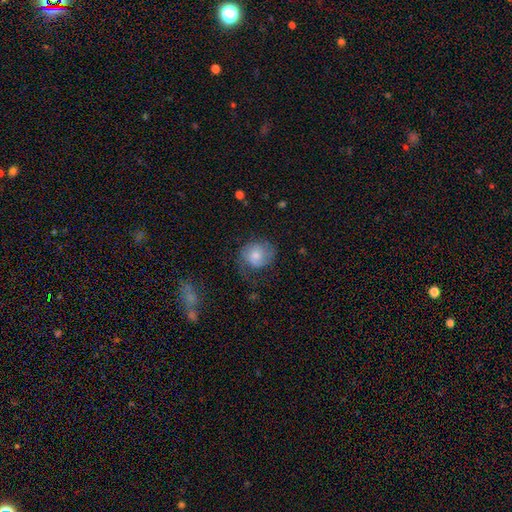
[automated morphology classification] A smooth galaxy with no disk features (64%) that is round (73%).

Vote fractions:
- Smooth or featured? smooth: 64% / featured or disk: 29% / star or artifact: 8%
- How rounded? round: 73% / in between: 26% / cigar-shaped: 1%
- Merging? none: 48% / minor disturbance: 27% / major disturbance: 23% / merger: 2%